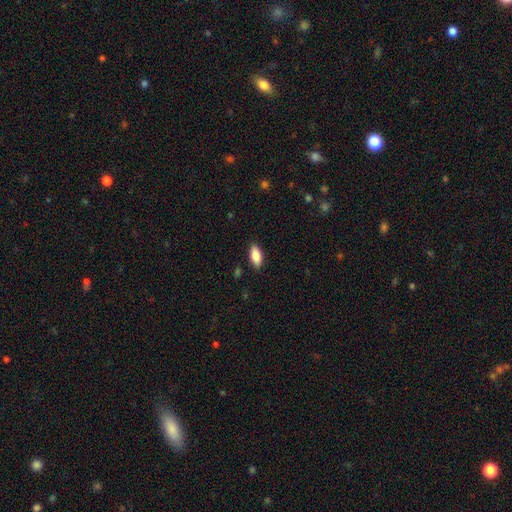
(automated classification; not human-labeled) Smooth or featured? smooth (85%)
How rounded? in between (87%)
Merging? none (88%)